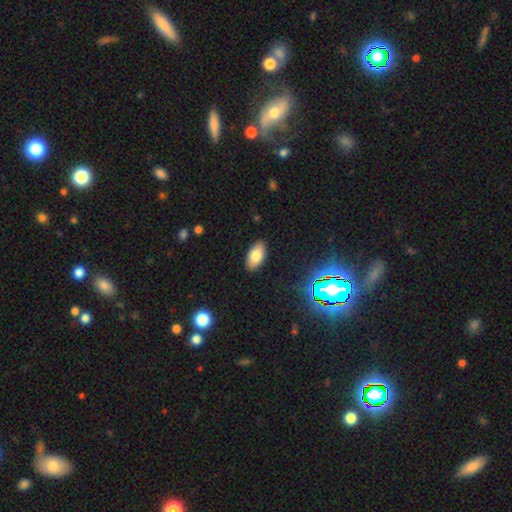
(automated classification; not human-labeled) A smooth galaxy with no disk features (79%) that is in between round and cigar-shaped (94%).

Vote fractions:
- Smooth or featured? smooth: 79% / featured or disk: 12% / star or artifact: 10%
- How rounded? in between: 94% / round: 3% / cigar-shaped: 3%
- Merging? none: 88% / minor disturbance: 9% / major disturbance: 2% / merger: 1%